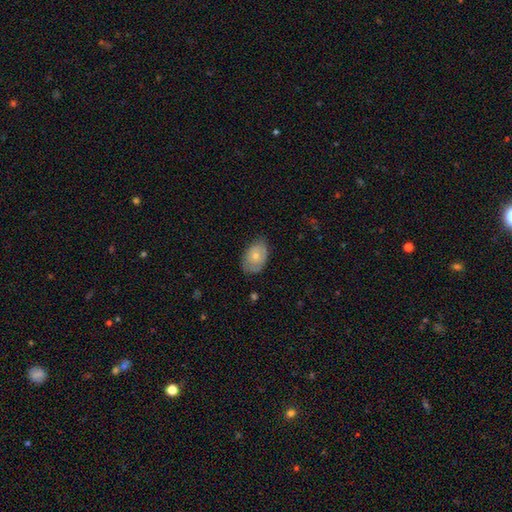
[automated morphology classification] A smooth galaxy with no disk features (66%) that is in between round and cigar-shaped (87%).

Vote fractions:
- Smooth or featured? smooth: 66% / featured or disk: 27% / star or artifact: 6%
- How rounded? in between: 87% / round: 12% / cigar-shaped: 1%
- Merging? none: 68% / minor disturbance: 26% / major disturbance: 5% / merger: 1%